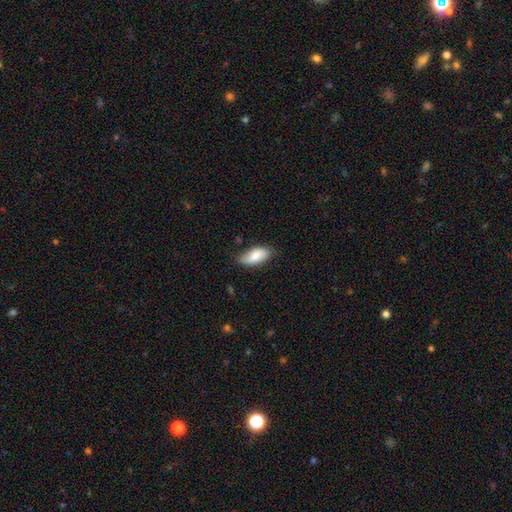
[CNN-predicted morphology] Q: Smooth or featured?
A: smooth (78%); runner-up: featured or disk (15%)
Q: How rounded?
A: in between (88%); runner-up: cigar-shaped (9%)
Q: Merging?
A: none (72%); runner-up: minor disturbance (23%)